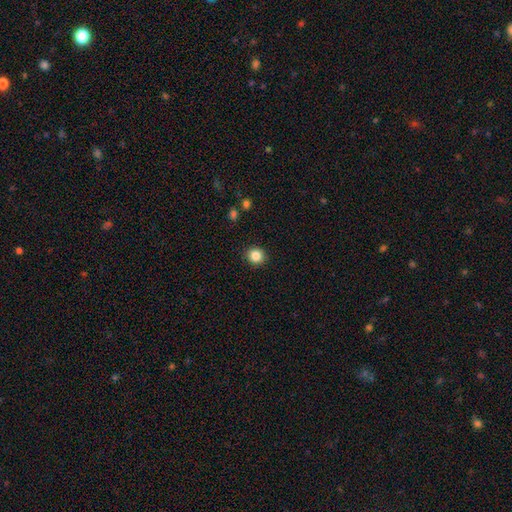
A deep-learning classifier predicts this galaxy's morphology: Smooth or featured? smooth (85%)
How rounded? round (92%)
Merging? none (92%)